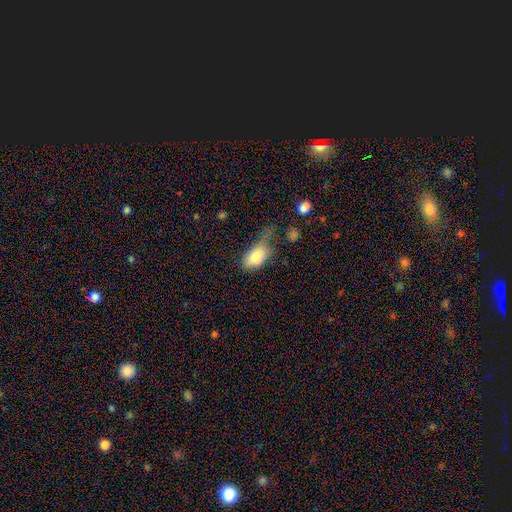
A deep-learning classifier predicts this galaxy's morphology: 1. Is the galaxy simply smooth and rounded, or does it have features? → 79% smooth, 13% featured or disk, 8% star or artifact.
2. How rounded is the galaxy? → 89% in between, 7% round, 3% cigar-shaped.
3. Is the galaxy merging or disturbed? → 40% major disturbance, 32% minor disturbance, 20% none, 7% merger.